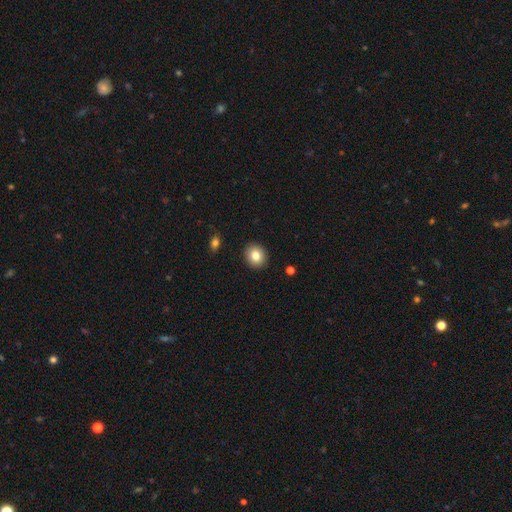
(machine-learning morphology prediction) This is clearly a smooth galaxy (82%). How rounded: likely round (76%). Merging: clearly none (91%).